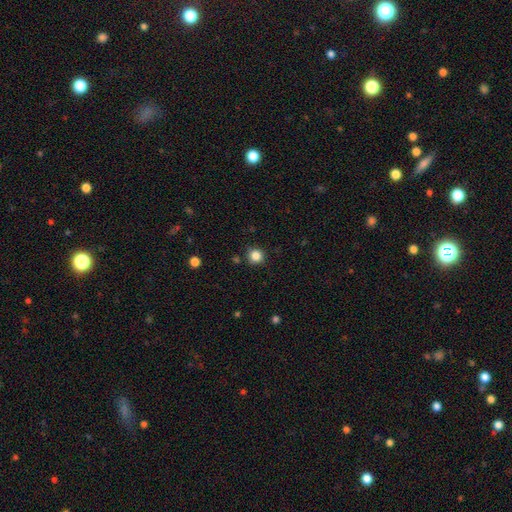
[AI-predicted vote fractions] smooth 84%, star or artifact 12%, featured or disk 4%. Down the decision tree: how rounded — round (93%); merging — none (88%).